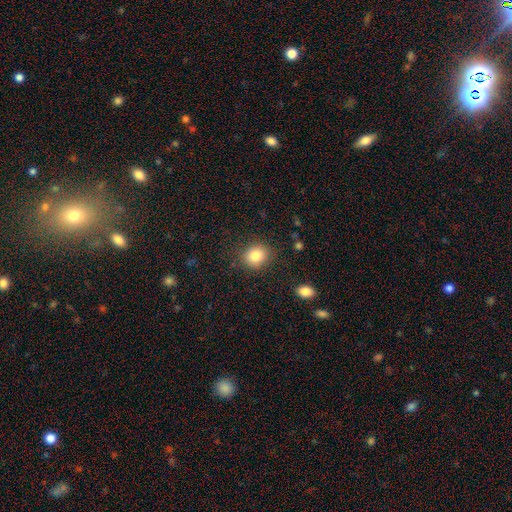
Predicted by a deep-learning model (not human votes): Smooth or featured?
  - smooth: 82% *
  - star or artifact: 10%
  - featured or disk: 8%
How rounded?
  - round: 69% *
  - in between: 30%
  - cigar-shaped: 1%
Merging?
  - none: 84% *
  - minor disturbance: 11%
  - major disturbance: 3%
  - merger: 2%